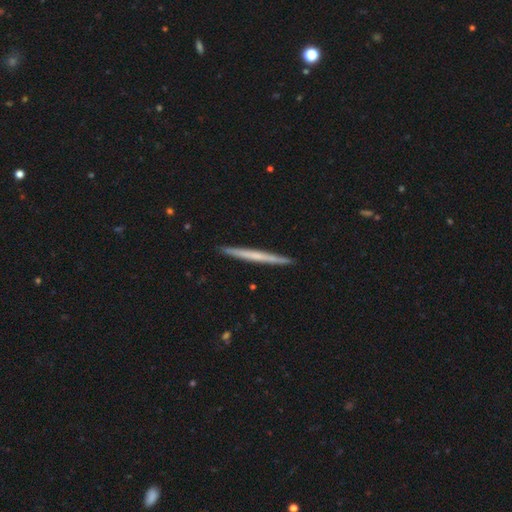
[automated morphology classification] featured or disk 51%, smooth 44%, star or artifact 5%. Down the decision tree: edge-on disk — yes (97%); merging — none (92%).